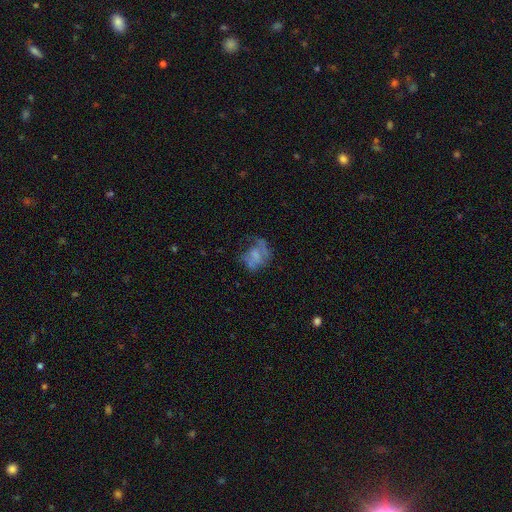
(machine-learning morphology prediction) Overall: featured or disk (45%; smooth 42%). Merging: major disturbance (38%; none 33%).